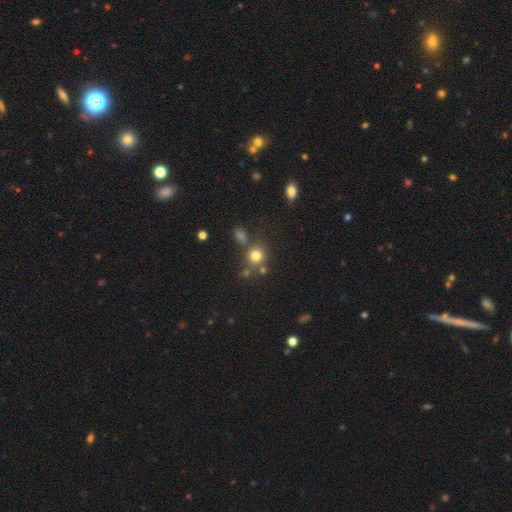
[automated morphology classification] Q: Smooth or featured?
A: smooth (76%); runner-up: star or artifact (15%)
Q: How rounded?
A: round (86%); runner-up: in between (12%)
Q: Merging?
A: none (67%); runner-up: merger (17%)